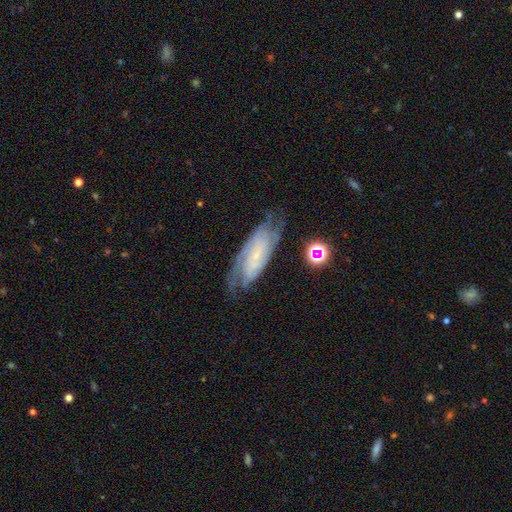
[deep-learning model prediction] The model was most divided on "spiral arm count": 2: 45%, can't tell: 33%, 3: 10%, 4: 4%, 1: 4%, more than 4: 3%. More confident: spiral arms — yes (94%); edge-on disk — no (90%); smooth or featured — featured or disk (76%); bulge size — small (75%); merging — none (68%); spiral winding — tight (56%); bar — no (55%).